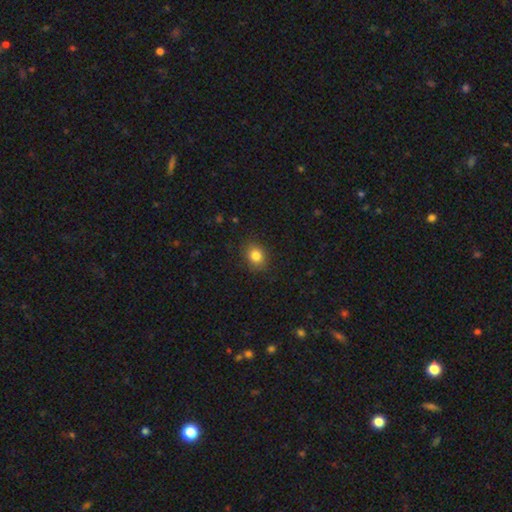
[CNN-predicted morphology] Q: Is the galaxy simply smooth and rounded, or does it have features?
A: smooth — 84%.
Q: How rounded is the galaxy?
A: round — 55%.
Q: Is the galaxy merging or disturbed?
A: none — 86%.